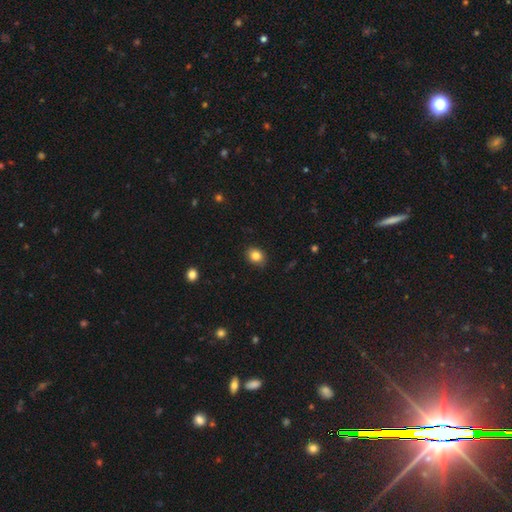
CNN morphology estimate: A smooth galaxy with no disk features (84%) that is round (52%).

Vote fractions:
- Smooth or featured? smooth: 84% / star or artifact: 10% / featured or disk: 6%
- How rounded? round: 52% / in between: 47% / cigar-shaped: 1%
- Merging? none: 85% / minor disturbance: 12% / major disturbance: 2% / merger: 1%